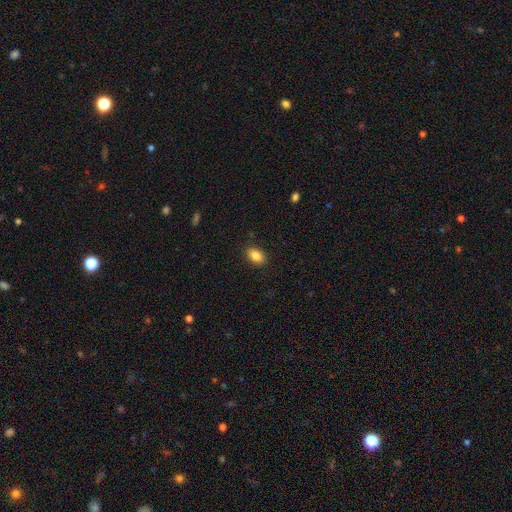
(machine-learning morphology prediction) smooth-or-featured: smooth: 86% | star or artifact: 8% | featured or disk: 6%
  how-rounded: in between: 85% | round: 14% | cigar-shaped: 1%
  merging: none: 88% | minor disturbance: 9% | major disturbance: 2% | merger: 1%